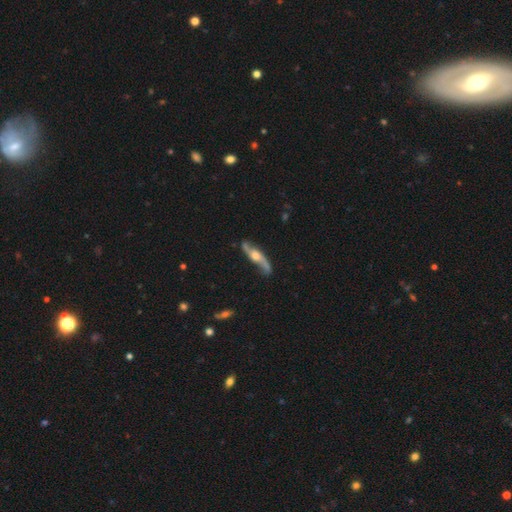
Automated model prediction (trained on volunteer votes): featured or disk 79%, smooth 16%, star or artifact 5%. Down the decision tree: edge-on disk — no (60%); merging — none (76%).